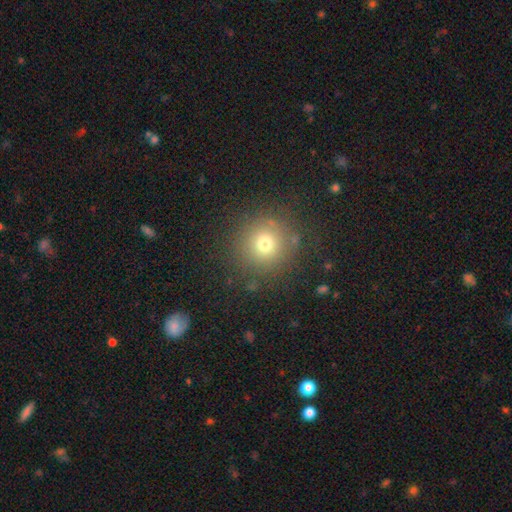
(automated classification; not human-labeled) This appears to be a smooth galaxy with no disk features (62%) that is round (94%). Merging: none (90%).